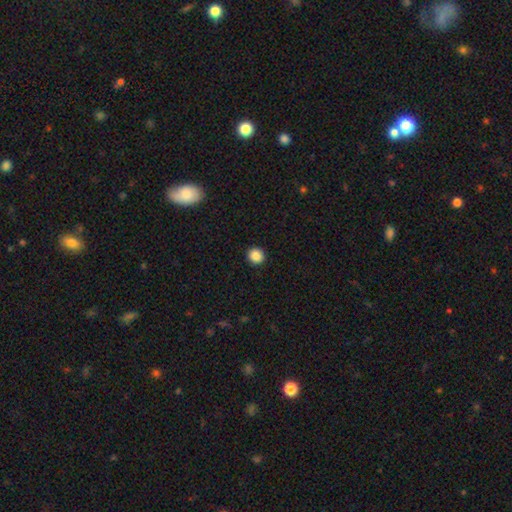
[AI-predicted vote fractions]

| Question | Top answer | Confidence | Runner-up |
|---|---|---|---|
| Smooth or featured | smooth | 87% | star or artifact (10%) |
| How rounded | round | 91% | in between (8%) |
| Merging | none | 93% | minor disturbance (4%) |